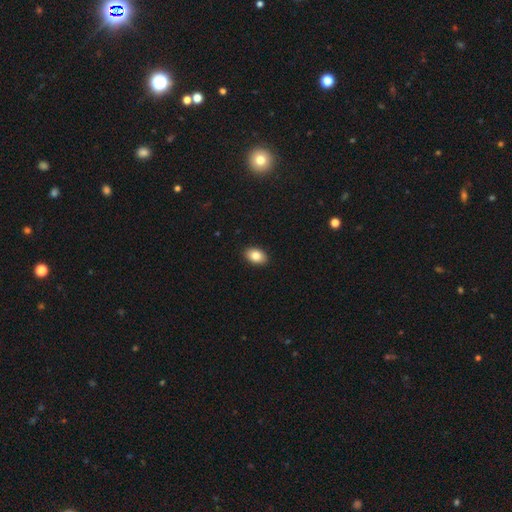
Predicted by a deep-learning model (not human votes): smooth-or-featured: smooth: 85% | star or artifact: 8% | featured or disk: 8%
  how-rounded: in between: 88% | round: 11% | cigar-shaped: 1%
  merging: none: 91% | minor disturbance: 7% | major disturbance: 2% | merger: 1%